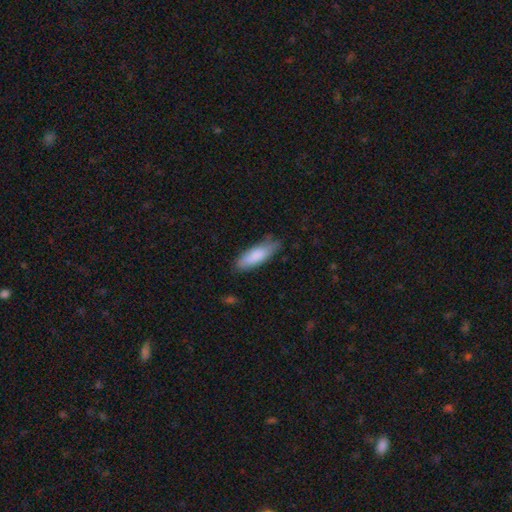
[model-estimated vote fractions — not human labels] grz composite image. It shows a smooth galaxy with no disk features (84%) that is in between round and cigar-shaped (53%). Merging: none (72%).